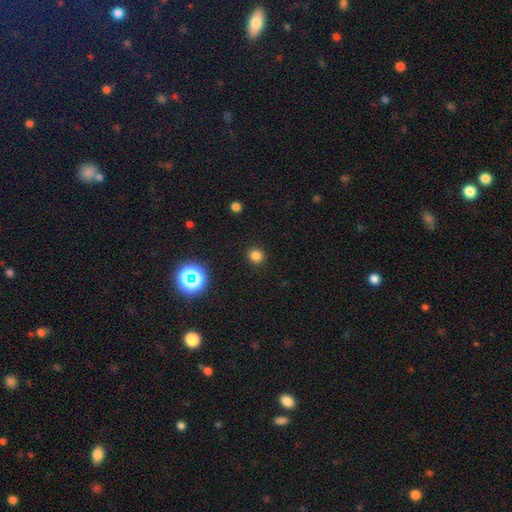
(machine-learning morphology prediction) Smooth or featured? Predicted: smooth (p=0.78). How rounded? Predicted: round (p=0.91). Merging? Predicted: none (p=0.92).